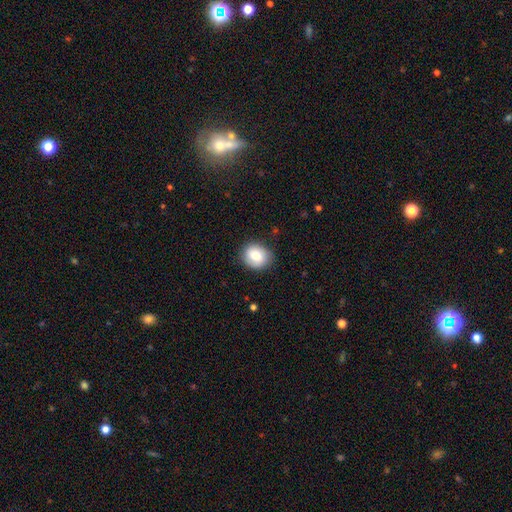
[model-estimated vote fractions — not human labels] Overall: smooth (81%). How rounded: round (61%; in between 38%). Merging: none (81%).